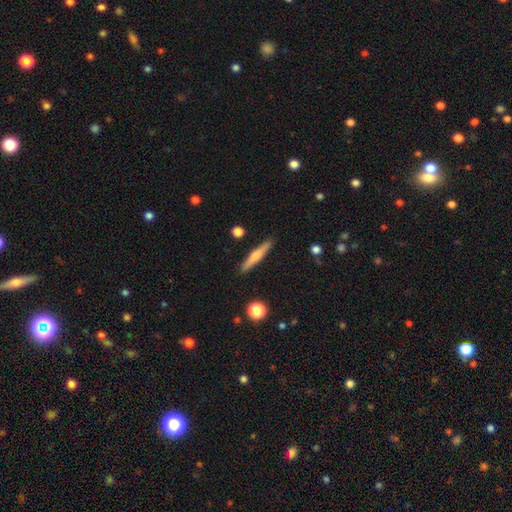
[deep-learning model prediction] This appears to be a featured or disk galaxy (50%) viewed edge-on (97%). Merging: none (90%).